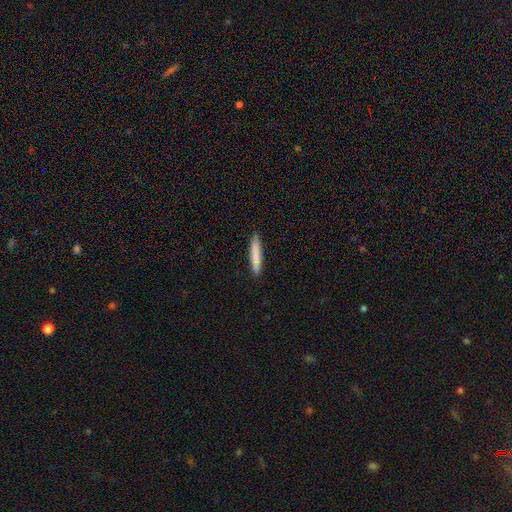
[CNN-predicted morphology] Smooth or featured? smooth (80%)
How rounded? cigar-shaped (91%)
Merging? none (84%)